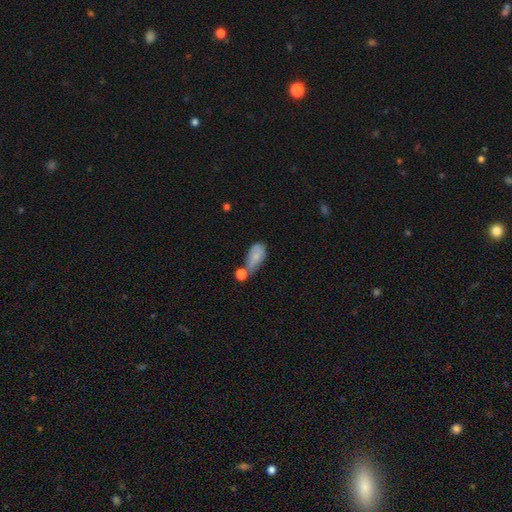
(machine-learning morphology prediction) A smooth galaxy with no disk features (71%) that is in between round and cigar-shaped (87%).

Vote fractions:
- Smooth or featured? smooth: 71% / featured or disk: 21% / star or artifact: 9%
- How rounded? in between: 87% / round: 7% / cigar-shaped: 6%
- Merging? none: 33% / minor disturbance: 29% / merger: 24% / major disturbance: 14%